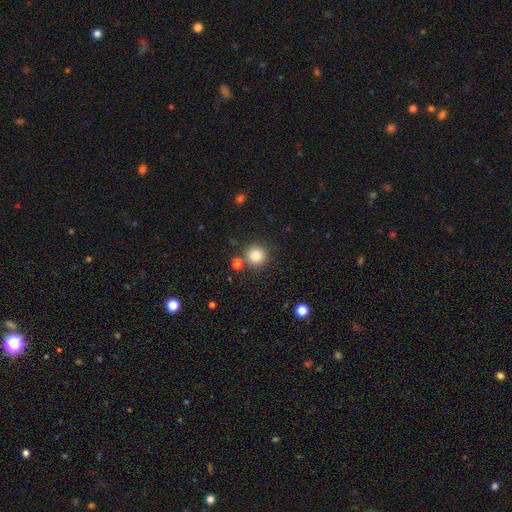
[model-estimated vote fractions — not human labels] Smooth or featured? smooth (83%)
How rounded? round (94%)
Merging? none (83%)